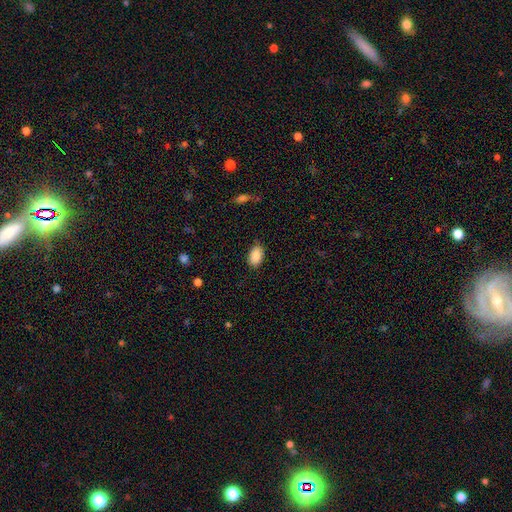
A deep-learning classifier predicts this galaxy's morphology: Smooth or featured: smooth — 90% (star or artifact — 7%)
How rounded: in between — 92% (round — 6%)
Merging: none — 83% (minor disturbance — 13%)